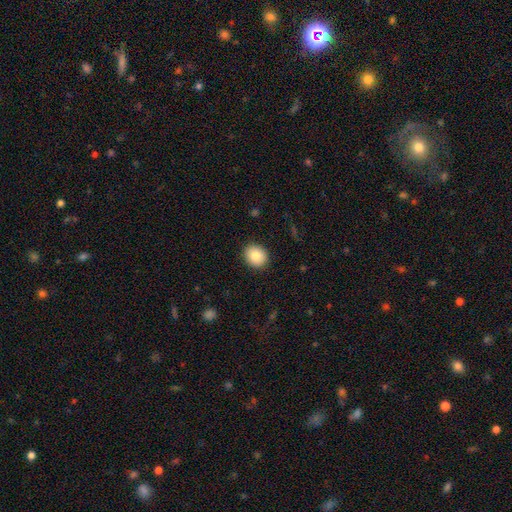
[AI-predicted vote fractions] Smooth or featured? smooth (84%)
How rounded? round (74%)
Merging? none (91%)